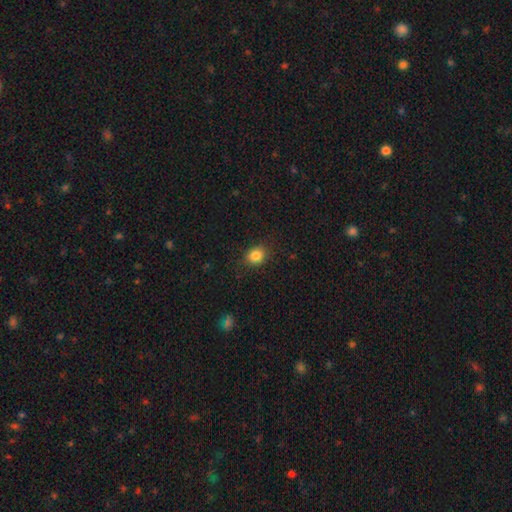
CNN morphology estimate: type=smooth (84%); roundness=round (66%); merging=none (85%).